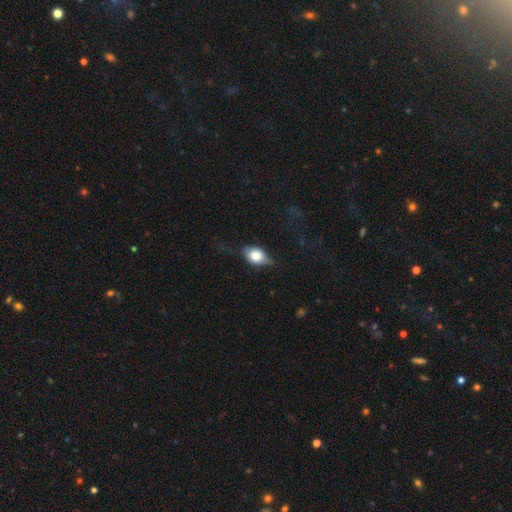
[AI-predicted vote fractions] Morphology: type=smooth (55%); roundness=in between (65%); merging=none (56%).